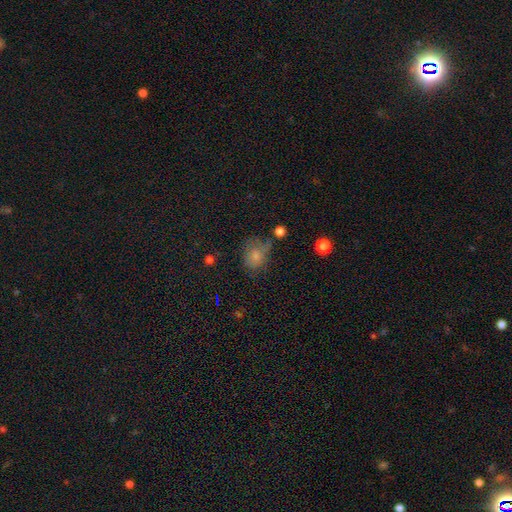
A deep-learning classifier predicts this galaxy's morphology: Smooth or featured? smooth (71%)
How rounded? round (52%)
Merging? none (46%)